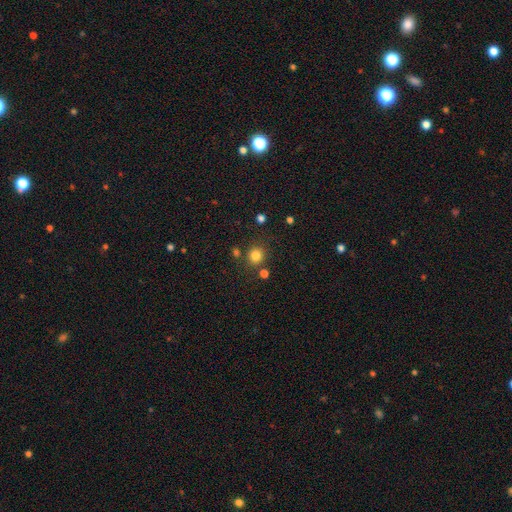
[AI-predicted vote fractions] smooth 81%, star or artifact 14%, featured or disk 5%. Down the decision tree: how rounded — round (89%); merging — none (81%).